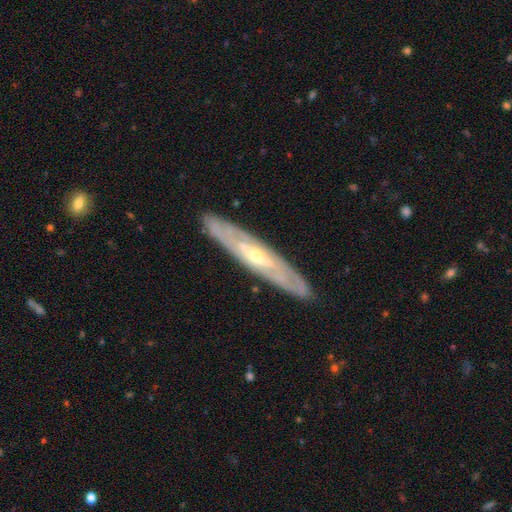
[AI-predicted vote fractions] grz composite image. It shows a featured or disk galaxy (79%) viewed edge-on (54%). Merging: none (87%).